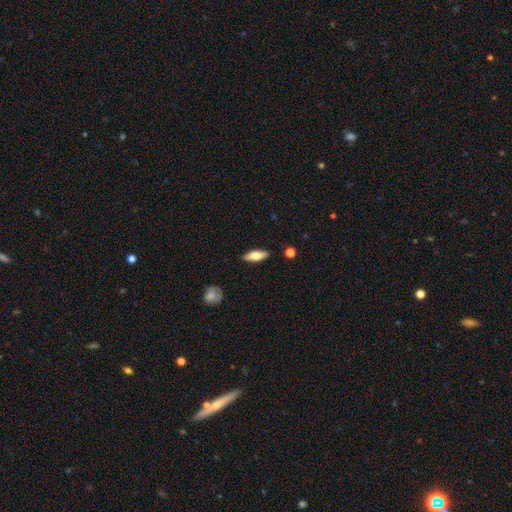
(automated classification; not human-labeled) The model was most divided on "how rounded": in between: 60%, cigar-shaped: 37%, round: 2%. More confident: merging — none (88%); smooth or featured — smooth (65%).